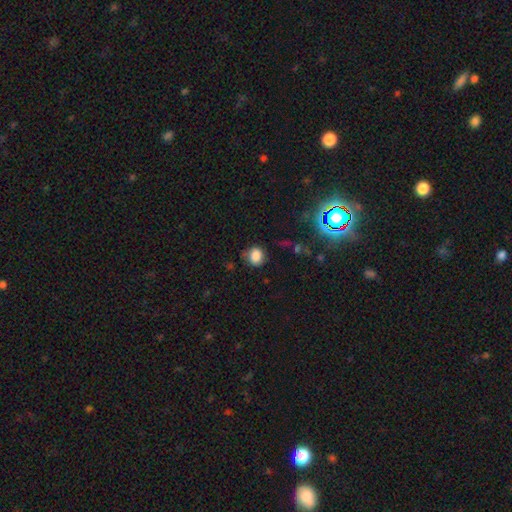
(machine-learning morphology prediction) Overall: smooth (81%). How rounded: round (69%; in between 30%). Merging: none (71%).